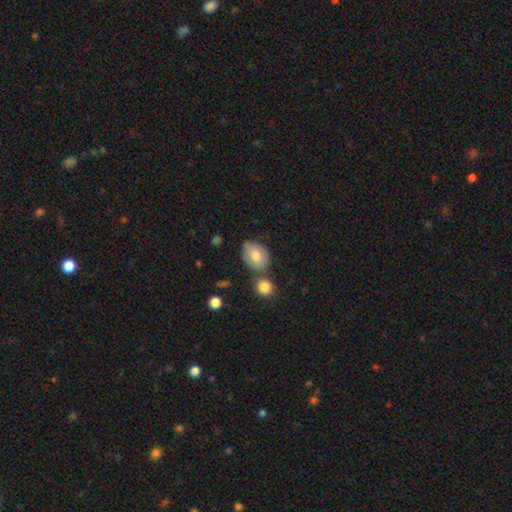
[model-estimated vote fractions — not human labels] smooth 73%, featured or disk 19%, star or artifact 7%. Down the decision tree: how rounded — in between (74%); merging — none (57%).